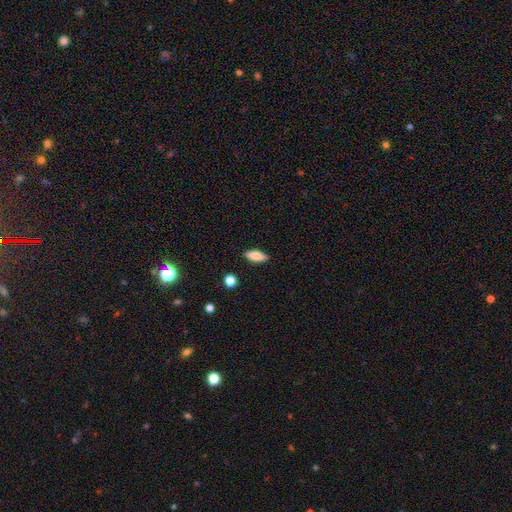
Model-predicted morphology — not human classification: The model was most divided on "how rounded": in between: 70%, cigar-shaped: 27%, round: 3%. More confident: merging — none (88%); smooth or featured — smooth (83%).